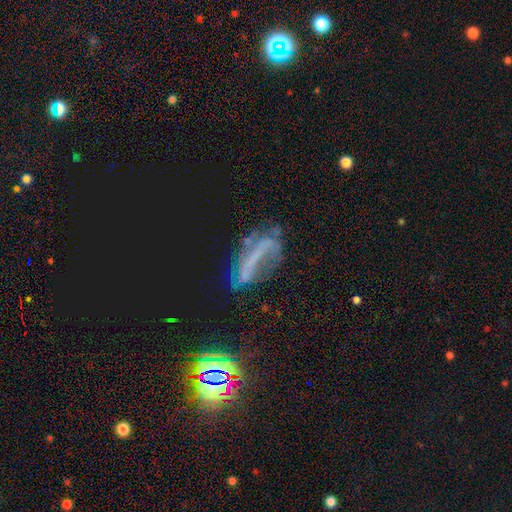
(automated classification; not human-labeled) The model was most divided on "smooth or featured": featured or disk: 47%, star or artifact: 33%, smooth: 21%. Remaining: merging — none (45%).